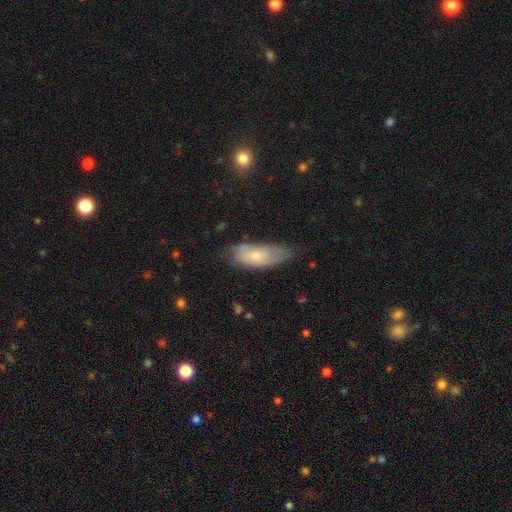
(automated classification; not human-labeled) Q: Smooth or featured?
A: smooth (52%); runner-up: featured or disk (41%)
Q: How rounded?
A: in between (78%); runner-up: cigar-shaped (19%)
Q: Merging?
A: none (54%); runner-up: minor disturbance (33%)